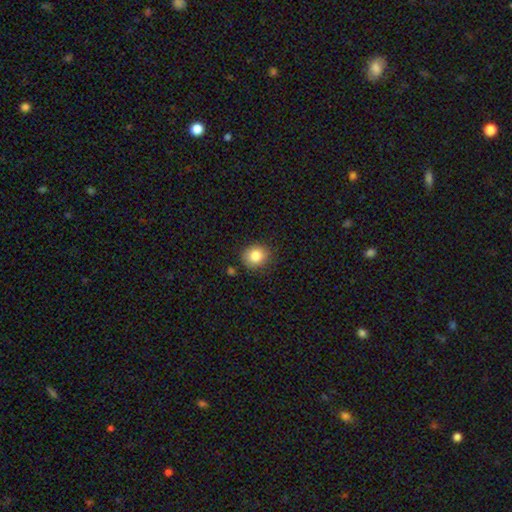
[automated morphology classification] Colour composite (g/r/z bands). It shows a smooth galaxy with no disk features (83%) that is round (77%). Merging: none (84%).